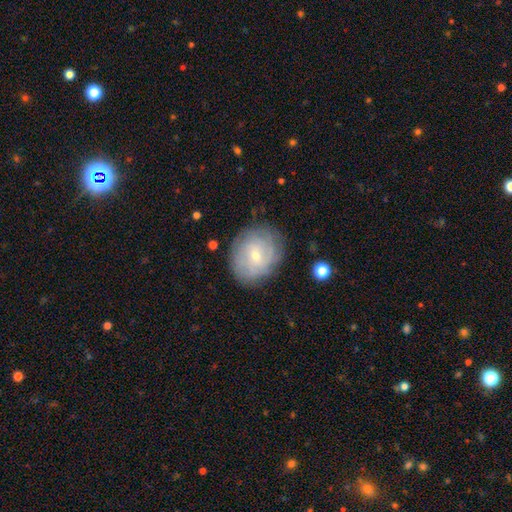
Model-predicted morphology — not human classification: smooth_or_featured: featured or disk (p=0.60) [alt: smooth p=0.32]
disk_edge_on: no (p=0.97) [alt: yes p=0.03]
bar: no (p=0.63) [alt: weak p=0.32]
has_spiral_arms: yes (p=0.80) [alt: no p=0.20]
bulge_size: small (p=0.71) [alt: moderate p=0.26]
merging: none (p=0.79) [alt: minor disturbance p=0.15]